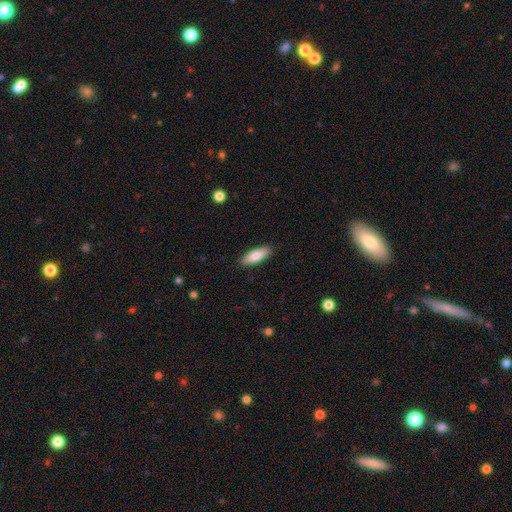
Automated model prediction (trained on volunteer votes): The model was most divided on "how rounded": in between: 59%, cigar-shaped: 39%, round: 2%. More confident: merging — none (89%); smooth or featured — smooth (80%).